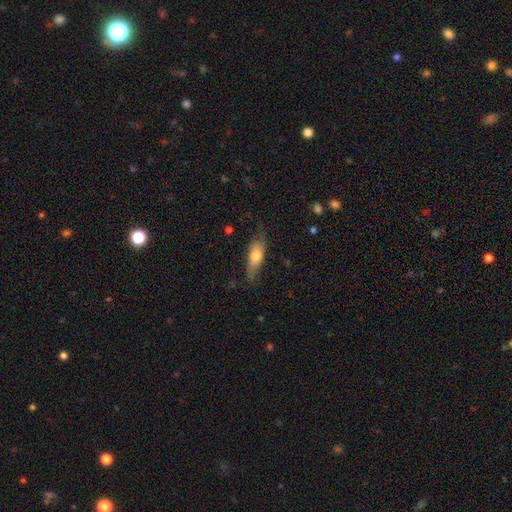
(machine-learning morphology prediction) smooth 67%, featured or disk 27%, star or artifact 6%. Down the decision tree: how rounded — in between (61%); merging — none (65%).